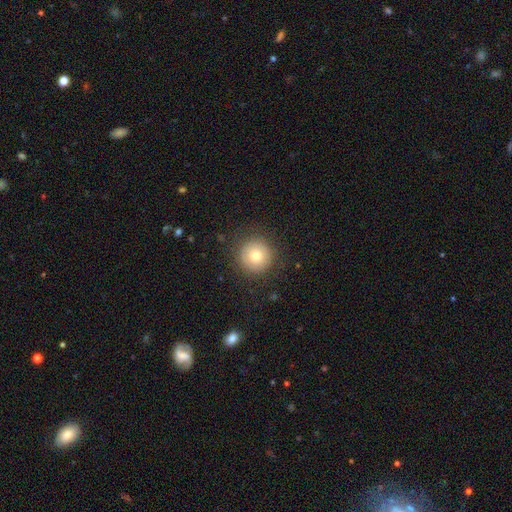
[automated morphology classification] Smooth or featured? smooth (76%)
How rounded? round (96%)
Merging? none (88%)